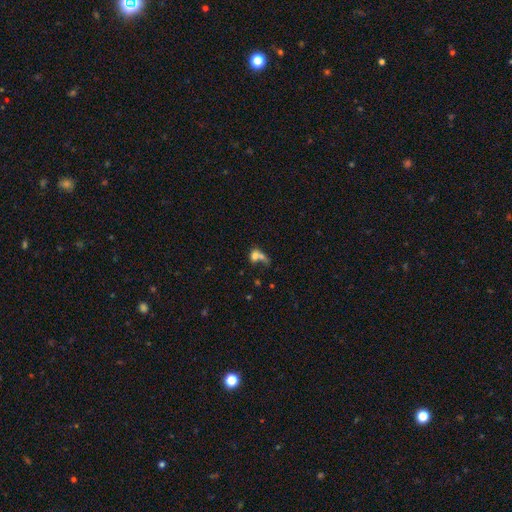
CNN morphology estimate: Q: Smooth or featured?
A: smooth (66%); runner-up: featured or disk (22%)
Q: How rounded?
A: in between (55%); runner-up: round (40%)
Q: Merging?
A: merger (52%); runner-up: none (21%)